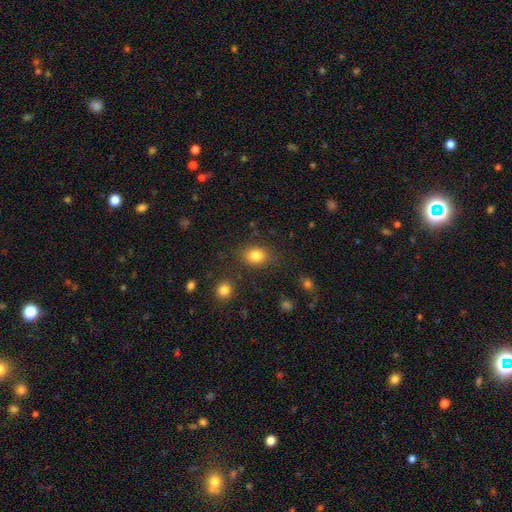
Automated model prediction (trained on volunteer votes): This appears to be a smooth galaxy with no disk features (82%) that is in between round and cigar-shaped (56%). Merging: none (81%).